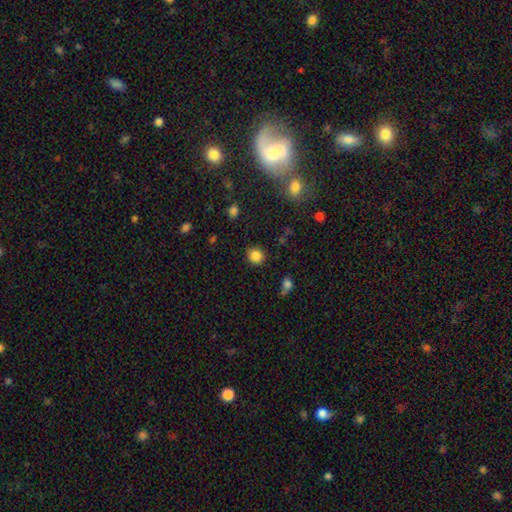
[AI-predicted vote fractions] Morphology: type=smooth (85%); roundness=round (85%); merging=none (88%).